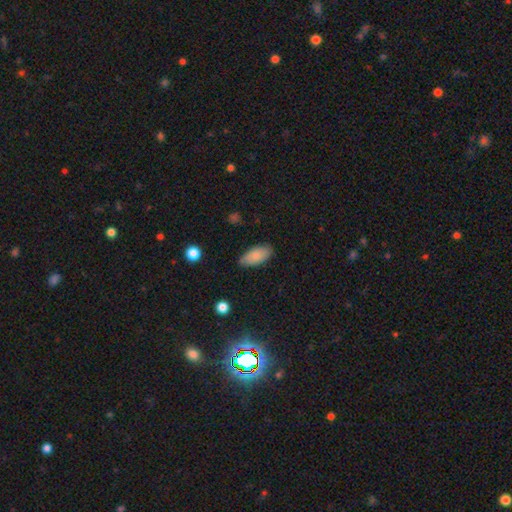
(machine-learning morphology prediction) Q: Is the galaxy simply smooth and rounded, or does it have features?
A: smooth — 84%.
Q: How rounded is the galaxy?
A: in between — 90%.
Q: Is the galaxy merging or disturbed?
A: none — 81%.